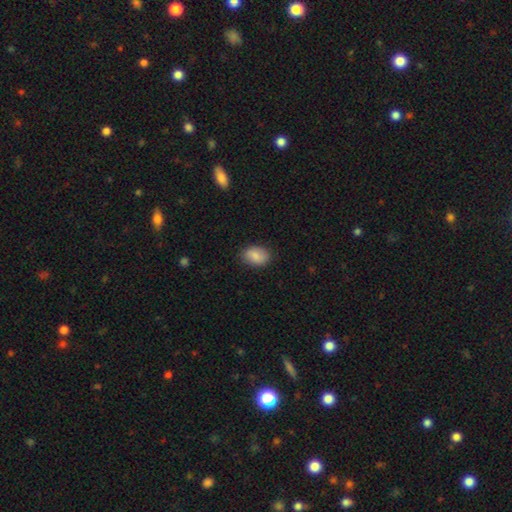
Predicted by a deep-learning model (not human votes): This appears to be a smooth galaxy with no disk features (86%) that is in between round and cigar-shaped (77%). Merging: none (84%).